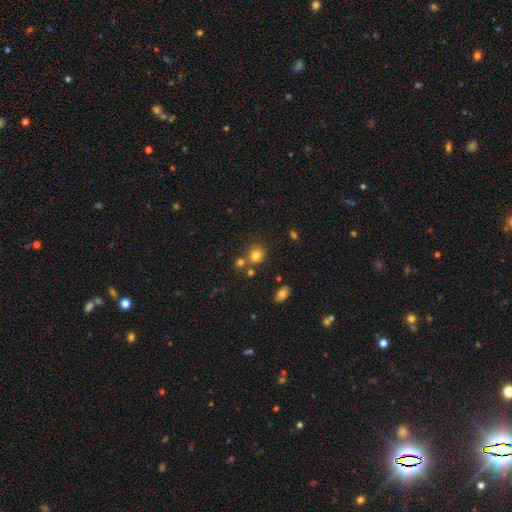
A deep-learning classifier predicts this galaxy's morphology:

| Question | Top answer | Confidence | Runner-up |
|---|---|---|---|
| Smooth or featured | smooth | 79% | star or artifact (13%) |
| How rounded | round | 83% | in between (17%) |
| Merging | none | 68% | merger (20%) |